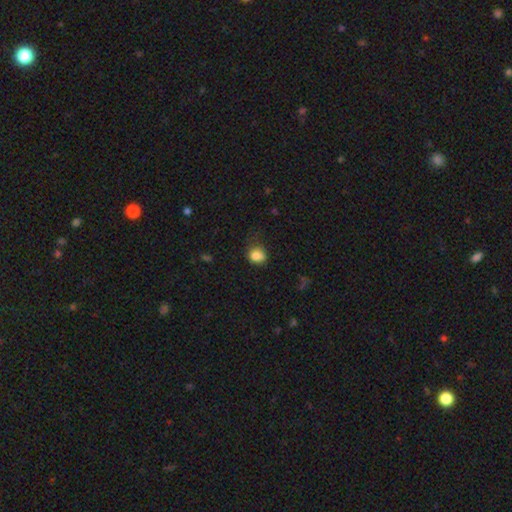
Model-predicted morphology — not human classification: smooth 82%, star or artifact 11%, featured or disk 7%. Down the decision tree: how rounded — round (64%); merging — none (55%).